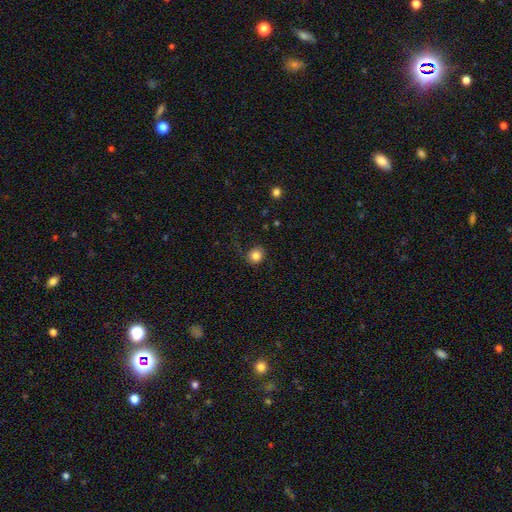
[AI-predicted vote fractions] smooth 82%, star or artifact 10%, featured or disk 7%. Down the decision tree: how rounded — round (88%); merging — none (75%).